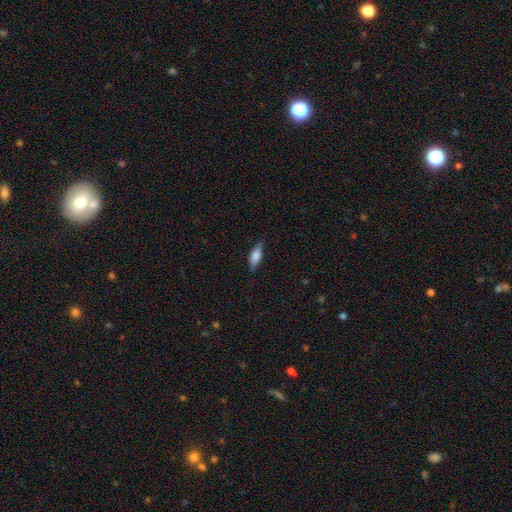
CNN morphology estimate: The model was most divided on "how rounded": in between: 63%, cigar-shaped: 34%, round: 3%. More confident: merging — none (79%); smooth or featured — smooth (71%).